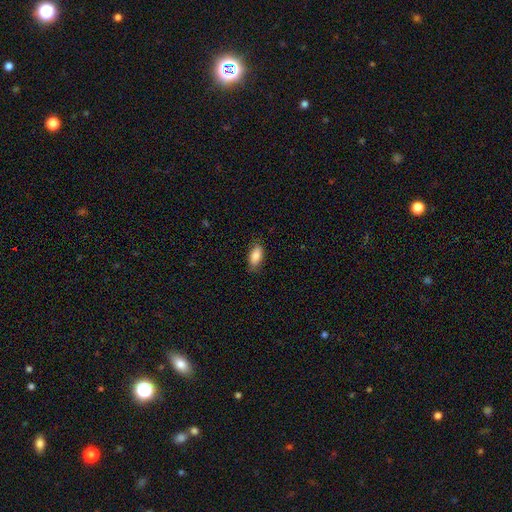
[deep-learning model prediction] Smooth or featured?
  - smooth: 85% *
  - featured or disk: 8%
  - star or artifact: 7%
How rounded?
  - in between: 87% *
  - cigar-shaped: 10%
  - round: 3%
Merging?
  - none: 80% *
  - minor disturbance: 16%
  - major disturbance: 3%
  - merger: 1%